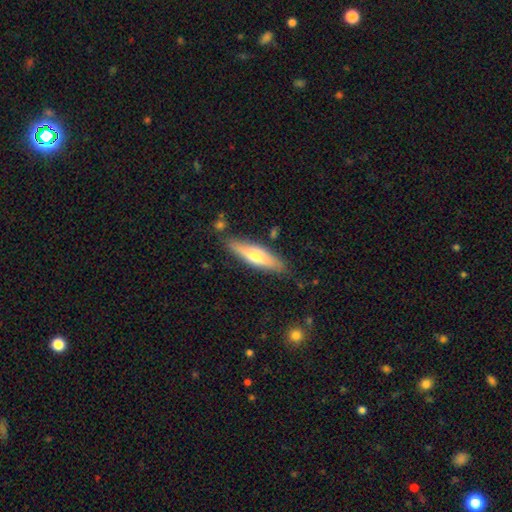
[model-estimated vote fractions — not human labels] A smooth galaxy with no disk features (57%) that is cigar-shaped (69%).

Vote fractions:
- Smooth or featured? smooth: 57% / featured or disk: 37% / star or artifact: 6%
- How rounded? cigar-shaped: 69% / in between: 30% / round: 2%
- Merging? none: 82% / minor disturbance: 13% / major disturbance: 3% / merger: 3%